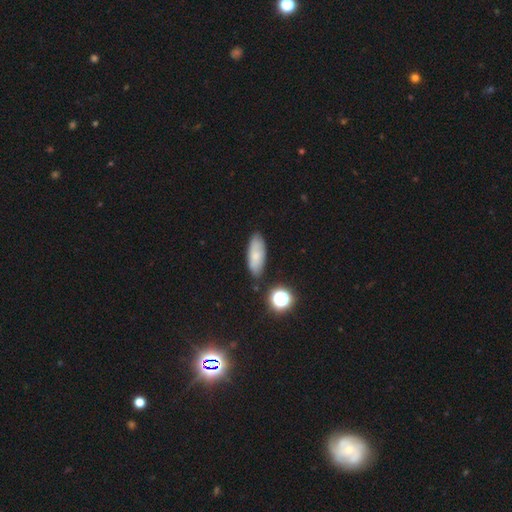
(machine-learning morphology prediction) Smooth or featured?
  - smooth: 73% *
  - featured or disk: 18%
  - star or artifact: 10%
How rounded?
  - in between: 74% *
  - cigar-shaped: 22%
  - round: 3%
Merging?
  - none: 79% *
  - minor disturbance: 15%
  - merger: 3%
  - major disturbance: 3%